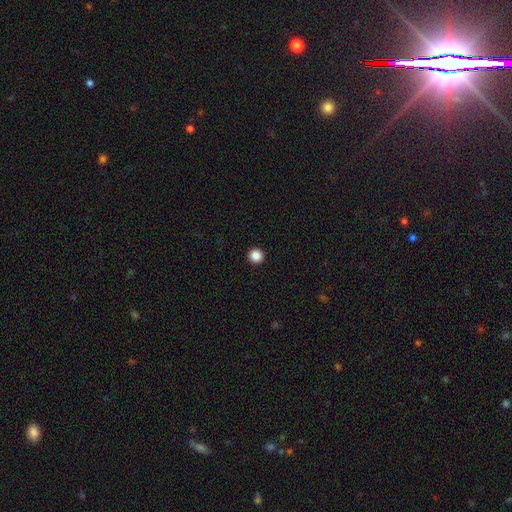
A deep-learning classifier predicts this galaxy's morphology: This is clearly a smooth galaxy (87%). How rounded: clearly round (96%). Merging: clearly none (94%).